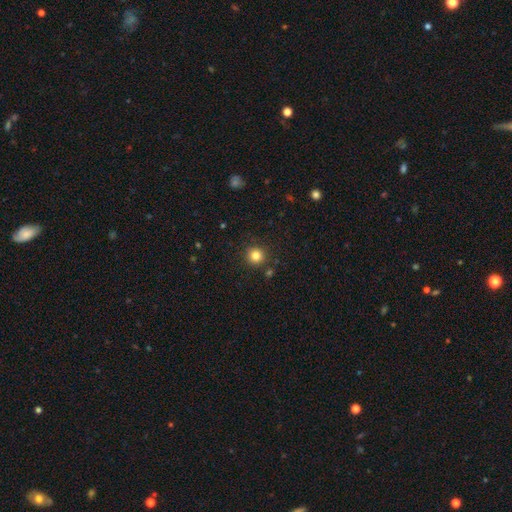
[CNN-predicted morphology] This appears to be a smooth galaxy with no disk features (83%) that is round (95%). Merging: none (89%).